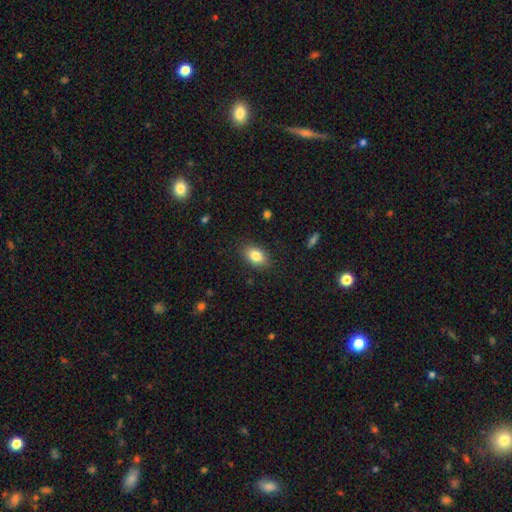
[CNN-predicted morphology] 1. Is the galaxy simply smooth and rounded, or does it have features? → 83% smooth, 8% star or artifact, 8% featured or disk.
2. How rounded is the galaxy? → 86% in between, 13% round, 2% cigar-shaped.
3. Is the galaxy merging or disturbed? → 86% none, 10% minor disturbance, 3% major disturbance, 1% merger.